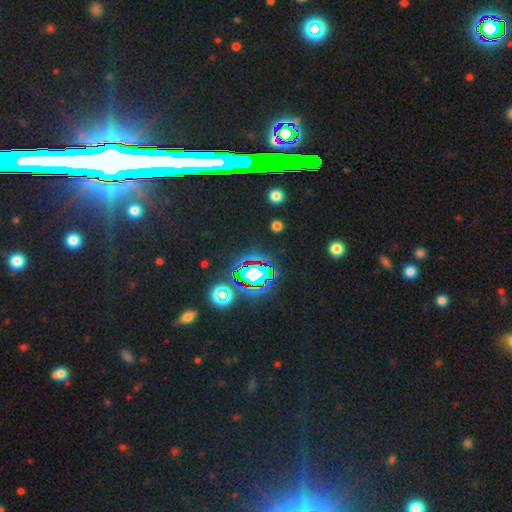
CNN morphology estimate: type=star or artifact (80%).